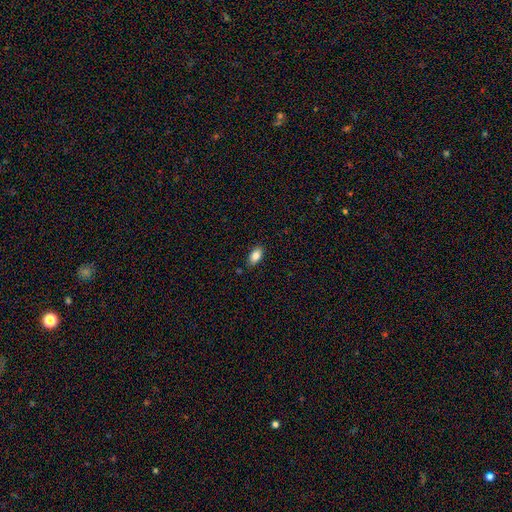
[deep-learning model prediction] Overall: smooth (85%). How rounded: in between (92%). Merging: none (85%).